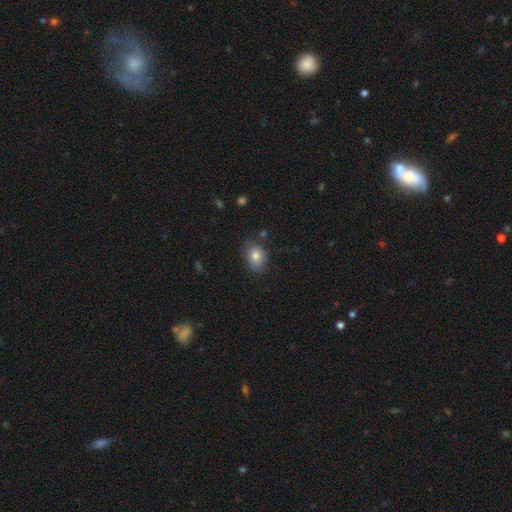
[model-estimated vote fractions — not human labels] Smooth or featured: smooth — 81% (star or artifact — 10%)
How rounded: in between — 61% (round — 38%)
Merging: none — 73% (minor disturbance — 20%)